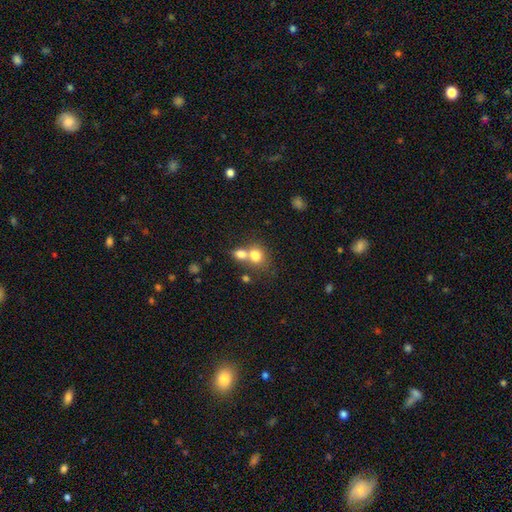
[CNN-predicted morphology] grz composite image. It shows a smooth galaxy with no disk features (76%) that is round (55%). Merging: merger (58%).